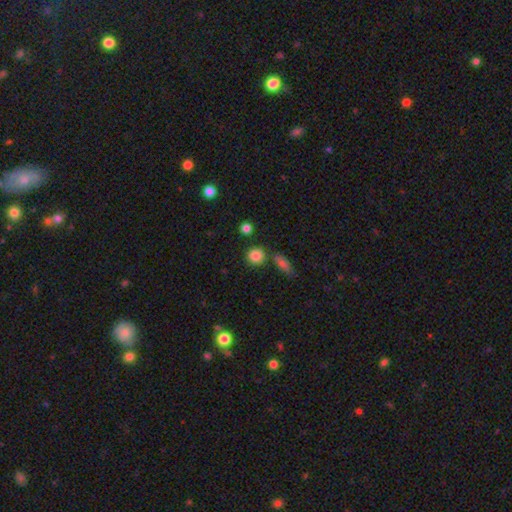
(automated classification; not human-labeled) This appears to be a smooth galaxy with no disk features (85%) that is round (86%). Merging: none (79%).